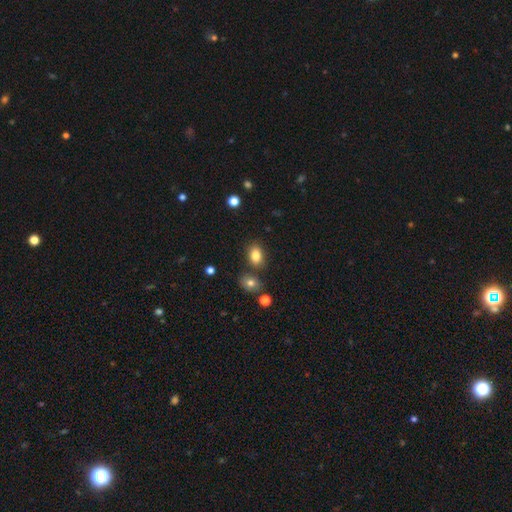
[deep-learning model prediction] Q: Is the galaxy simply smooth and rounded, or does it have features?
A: smooth — 83%.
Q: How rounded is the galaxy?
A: in between — 77%.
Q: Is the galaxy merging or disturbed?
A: none — 75%.